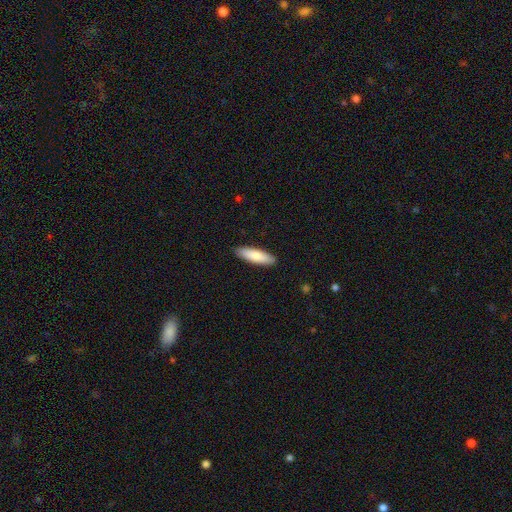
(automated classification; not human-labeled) smooth_or_featured: smooth (p=0.81) [alt: featured or disk p=0.14]
how_rounded: cigar-shaped (p=0.57) [alt: in between p=0.41]
merging: none (p=0.90) [alt: minor disturbance p=0.07]